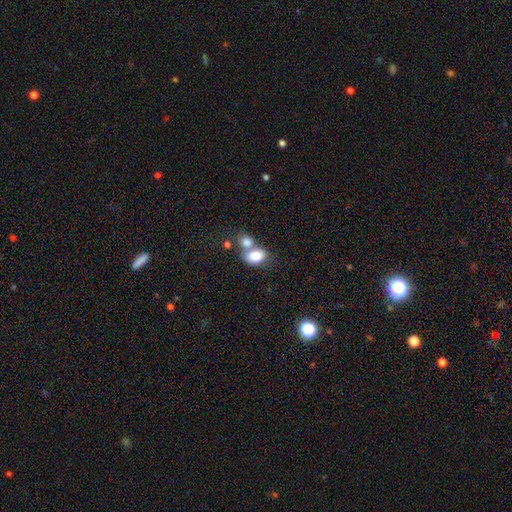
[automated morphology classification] smooth_or_featured: smooth (p=0.79) [alt: featured or disk p=0.12]
how_rounded: in between (p=0.73) [alt: round p=0.26]
merging: merger (p=0.52) [alt: none p=0.32]